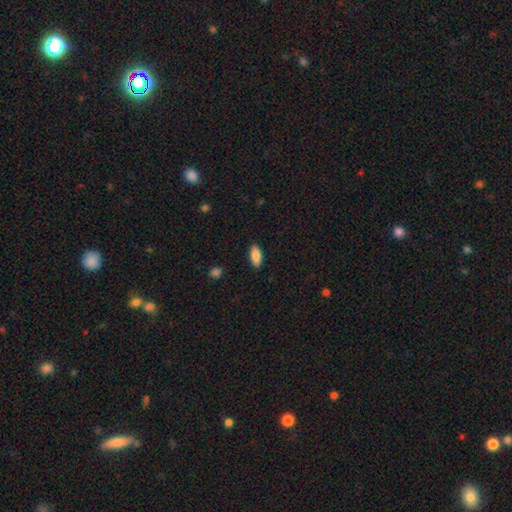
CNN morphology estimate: The model was most divided on "how rounded": in between: 84%, cigar-shaped: 14%, round: 2%. More confident: merging — none (89%); smooth or featured — smooth (85%).